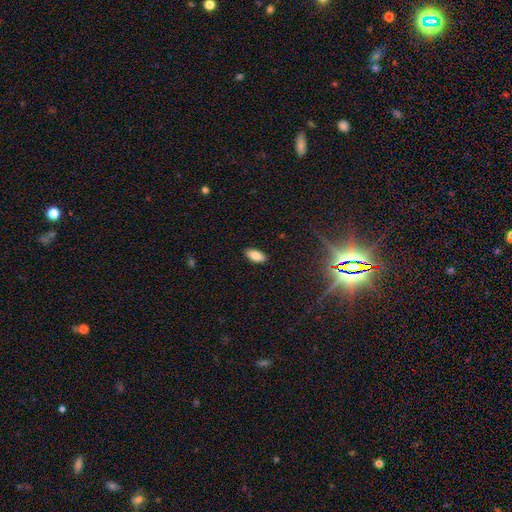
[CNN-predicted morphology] A smooth galaxy with no disk features (83%) that is in between round and cigar-shaped (89%).

Vote fractions:
- Smooth or featured? smooth: 83% / featured or disk: 8% / star or artifact: 8%
- How rounded? in between: 89% / cigar-shaped: 9% / round: 2%
- Merging? none: 89% / minor disturbance: 8% / major disturbance: 2% / merger: 1%